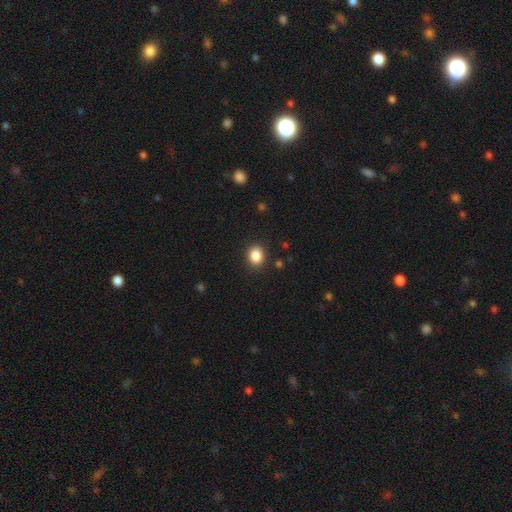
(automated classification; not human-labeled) smooth_or_featured: smooth (p=0.86) [alt: star or artifact p=0.10]
how_rounded: round (p=0.57) [alt: in between p=0.42]
merging: none (p=0.88) [alt: minor disturbance p=0.08]